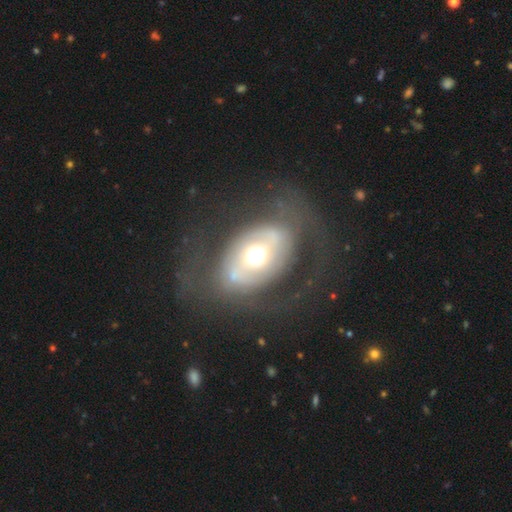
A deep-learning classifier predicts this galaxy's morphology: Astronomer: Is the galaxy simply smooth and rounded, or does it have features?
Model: featured or disk — 66%.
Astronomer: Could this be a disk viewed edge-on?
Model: no — 93%.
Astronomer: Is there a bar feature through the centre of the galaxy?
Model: no — 62%.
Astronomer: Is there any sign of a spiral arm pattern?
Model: yes — 58% (runner-up: no, 42%).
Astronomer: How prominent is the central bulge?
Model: moderate — 57%.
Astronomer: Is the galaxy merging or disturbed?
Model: none — 61%.